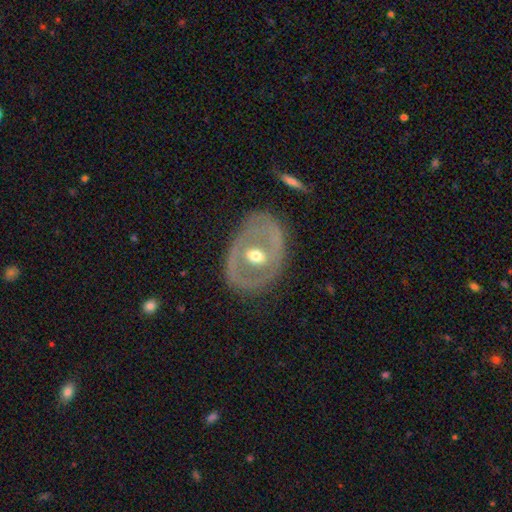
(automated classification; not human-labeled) Smooth or featured?
  - featured or disk: 71% *
  - smooth: 23%
  - star or artifact: 6%
Edge-on disk?
  - no: 93% *
  - yes: 7%
Bar?
  - no: 62% *
  - weak: 24%
  - strong: 14%
Spiral arms?
  - no: 73% *
  - yes: 27%
Bulge size?
  - moderate: 74% *
  - small: 17%
  - large: 6%
  - dominant: 1%
  - none: 1%
Merging?
  - none: 79% *
  - minor disturbance: 14%
  - major disturbance: 5%
  - merger: 2%